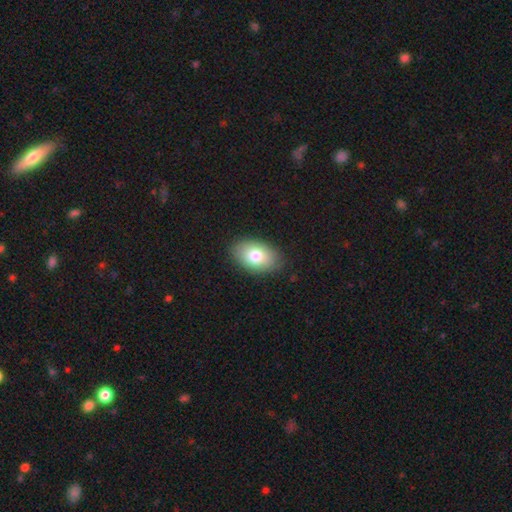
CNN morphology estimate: type=smooth (79%); roundness=in between (89%); merging=none (86%).